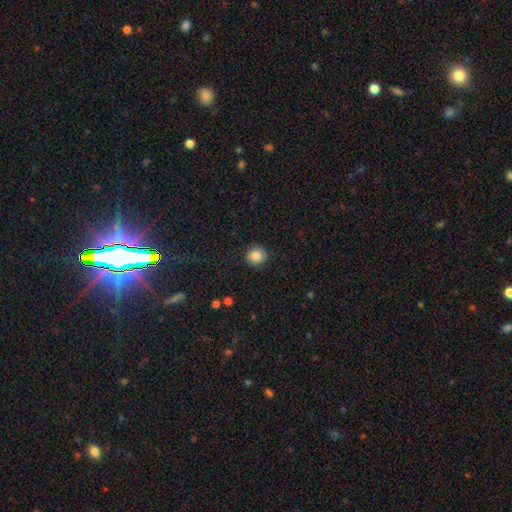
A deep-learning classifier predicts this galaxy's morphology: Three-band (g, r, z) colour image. It shows a smooth galaxy with no disk features (86%) that is round (89%). Merging: none (88%).